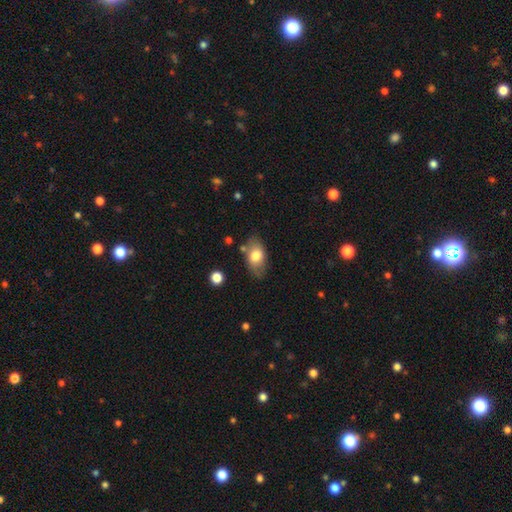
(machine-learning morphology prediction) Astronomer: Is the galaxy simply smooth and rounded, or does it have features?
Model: smooth — 75%.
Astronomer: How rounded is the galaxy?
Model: in between — 89%.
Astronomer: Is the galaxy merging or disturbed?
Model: none — 74%.